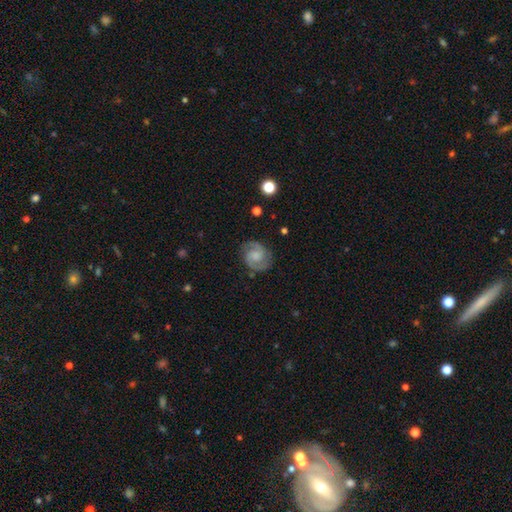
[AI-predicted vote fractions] featured or disk 77%, smooth 16%, star or artifact 7%. Down the decision tree: edge-on disk — no (98%); bar — no (55%); spiral arms — yes (96%); spiral arm count — 2 (91%); spiral winding — medium (51%); bulge size — moderate (32%); merging — none (80%).